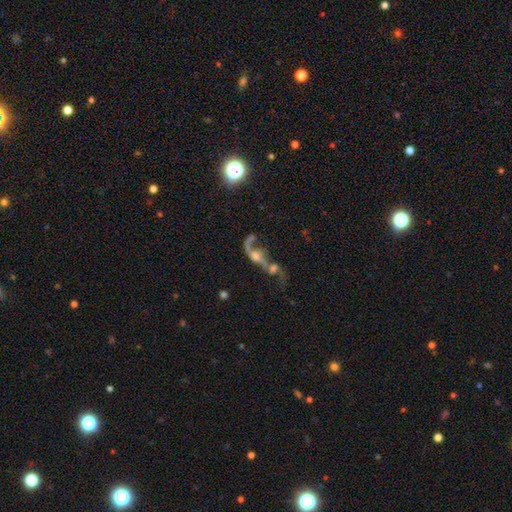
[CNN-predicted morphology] featured or disk 68%, smooth 19%, star or artifact 14%. Down the decision tree: edge-on disk — no (91%); bar — no (67%); spiral arms — yes (74%); bulge size — moderate (45%); merging — merger (63%).